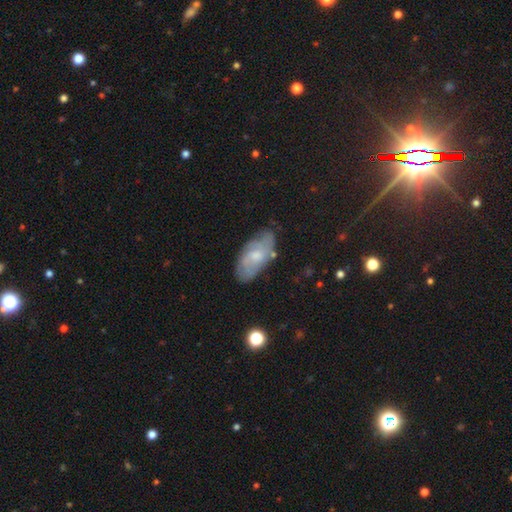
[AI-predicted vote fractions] A featured or disk galaxy (60%) with no bar (66%), spiral arms (79%) and a moderate central bulge (48%). Merging: none (69%).